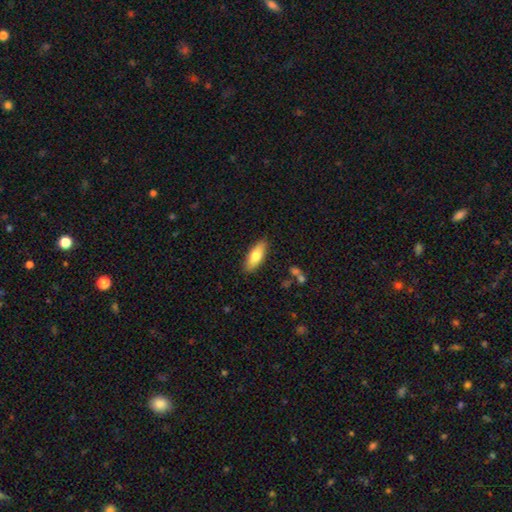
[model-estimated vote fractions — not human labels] Smooth or featured? smooth (75%)
How rounded? in between (71%)
Merging? none (86%)